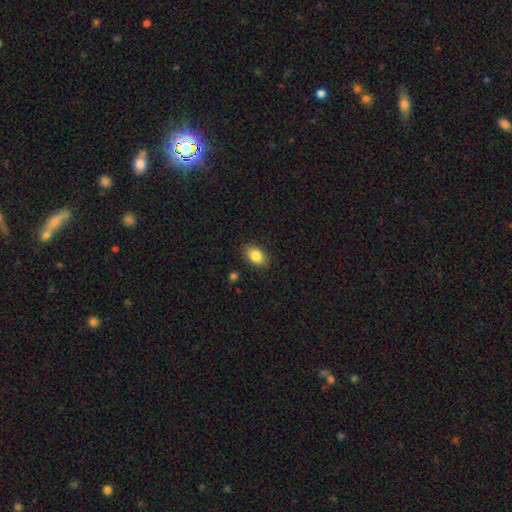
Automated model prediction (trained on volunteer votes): This is clearly a smooth galaxy (85%). How rounded: clearly in between (82%). Merging: clearly none (86%).